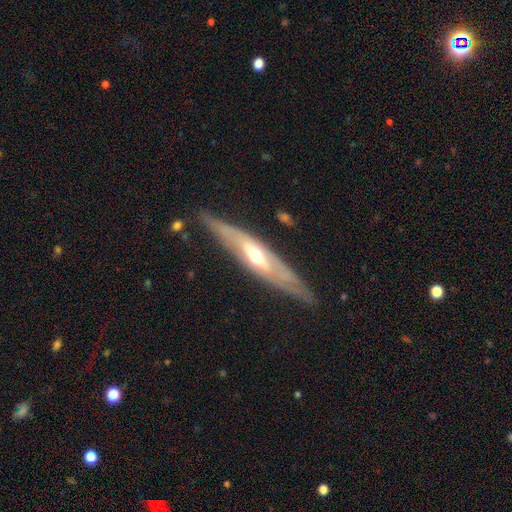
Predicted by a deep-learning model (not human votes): Overall: featured or disk (73%). Edge-on disk: yes (67%; no 33%). Merging: none (81%).